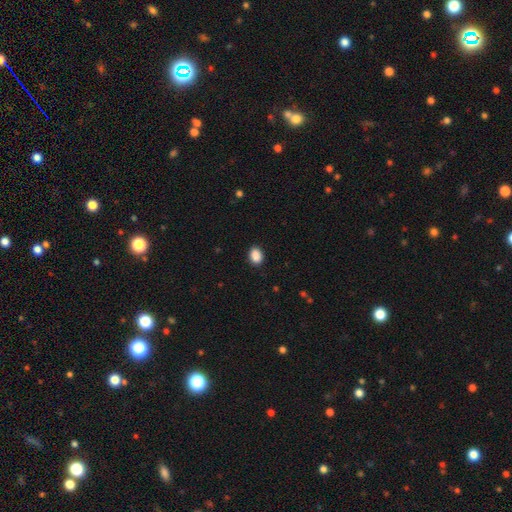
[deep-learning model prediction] Smooth or featured: smooth — 89% (star or artifact — 8%)
How rounded: in between — 69% (round — 30%)
Merging: none — 89% (minor disturbance — 8%)